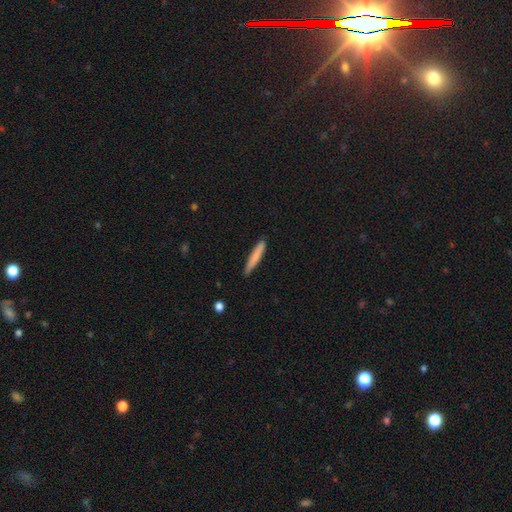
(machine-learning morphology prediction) Smooth or featured? smooth (77%)
How rounded? cigar-shaped (94%)
Merging? none (89%)